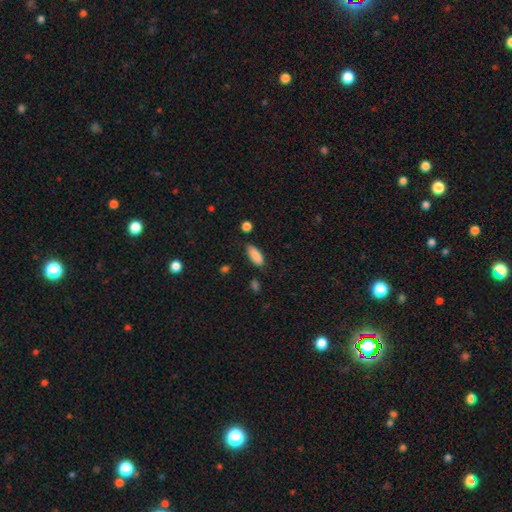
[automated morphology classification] Smooth or featured?
  - smooth: 88% *
  - star or artifact: 7%
  - featured or disk: 5%
How rounded?
  - in between: 77% *
  - cigar-shaped: 21%
  - round: 2%
Merging?
  - none: 79% *
  - minor disturbance: 16%
  - major disturbance: 3%
  - merger: 2%